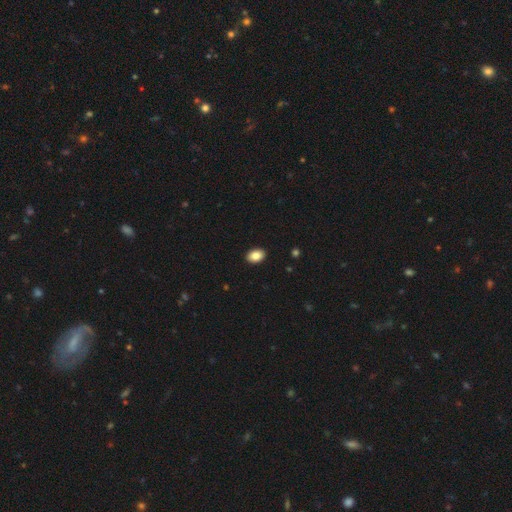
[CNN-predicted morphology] Smooth or featured? Predicted: smooth (p=0.86). How rounded? Predicted: in between (p=0.83). Merging? Predicted: none (p=0.91).